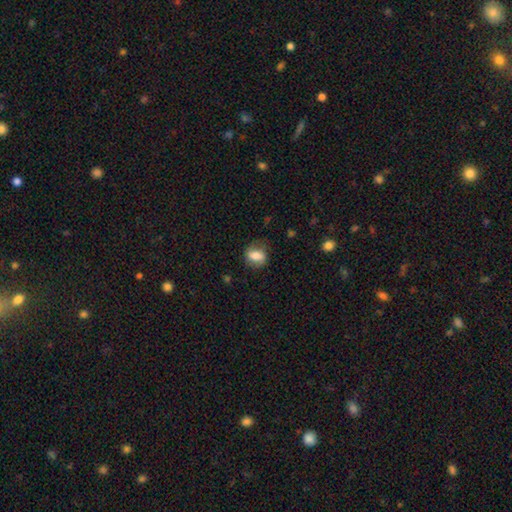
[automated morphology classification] Q: Smooth or featured?
A: smooth (69%); runner-up: featured or disk (23%)
Q: How rounded?
A: in between (61%); runner-up: round (37%)
Q: Merging?
A: none (69%); runner-up: minor disturbance (22%)